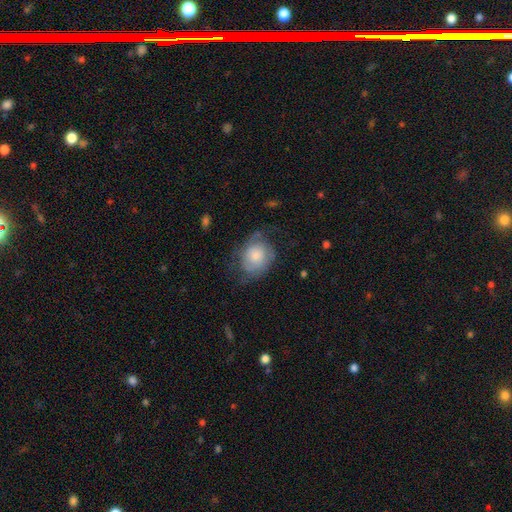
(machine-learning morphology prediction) Smooth or featured?
  - smooth: 55% *
  - featured or disk: 38%
  - star or artifact: 7%
How rounded?
  - round: 53% *
  - in between: 46%
  - cigar-shaped: 1%
Merging?
  - none: 47% *
  - minor disturbance: 30%
  - major disturbance: 21%
  - merger: 2%